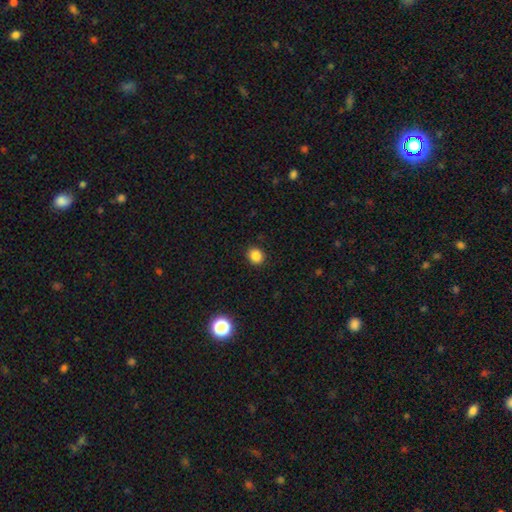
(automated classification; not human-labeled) Smooth or featured? Predicted: smooth (p=0.86). How rounded? Predicted: round (p=0.75). Merging? Predicted: none (p=0.90).